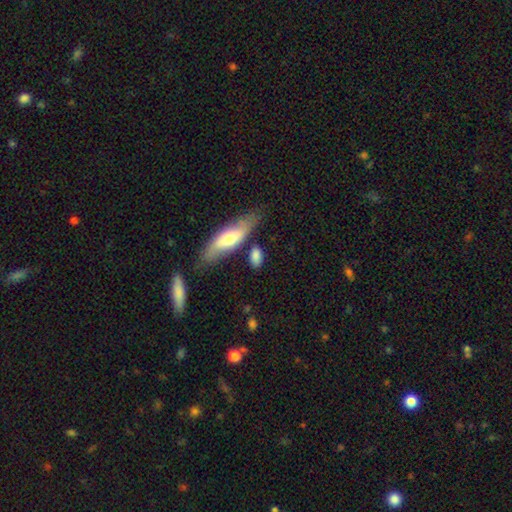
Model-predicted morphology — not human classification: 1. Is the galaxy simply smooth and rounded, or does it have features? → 77% smooth, 17% featured or disk, 6% star or artifact.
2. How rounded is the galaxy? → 72% in between, 19% cigar-shaped, 8% round.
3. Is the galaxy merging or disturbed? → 66% none, 16% minor disturbance, 13% merger, 5% major disturbance.